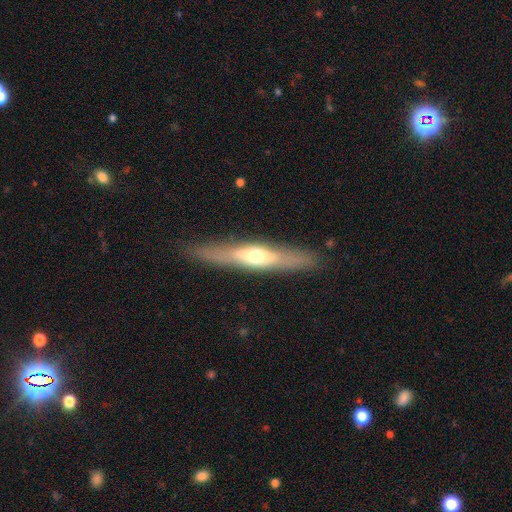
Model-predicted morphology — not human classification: Overall: featured or disk (57%; smooth 37%). Edge-on disk: yes (86%). Merging: none (86%).